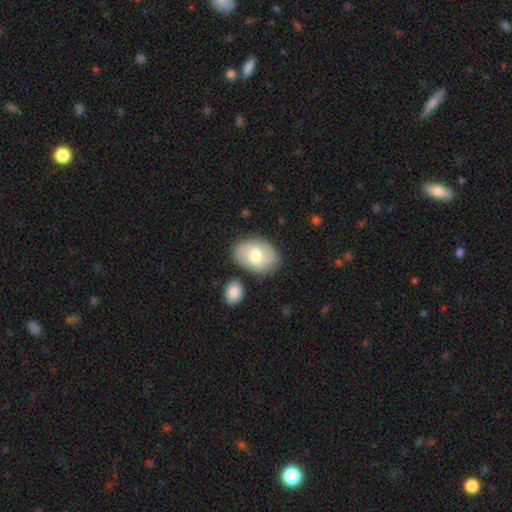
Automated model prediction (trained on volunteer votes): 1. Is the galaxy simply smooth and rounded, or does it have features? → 57% smooth, 37% featured or disk, 6% star or artifact.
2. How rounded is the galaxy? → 82% in between, 17% round, 1% cigar-shaped.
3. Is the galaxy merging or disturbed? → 75% none, 15% minor disturbance, 6% merger, 4% major disturbance.